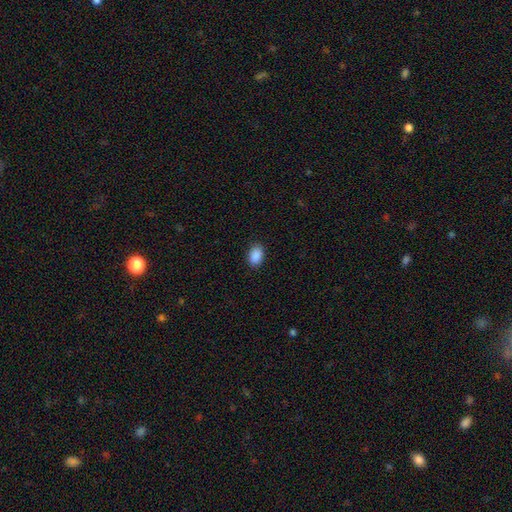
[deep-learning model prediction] smooth-or-featured: smooth: 90% | star or artifact: 7% | featured or disk: 2%
  how-rounded: in between: 87% | round: 12% | cigar-shaped: 1%
  merging: none: 88% | minor disturbance: 9% | major disturbance: 2% | merger: 1%